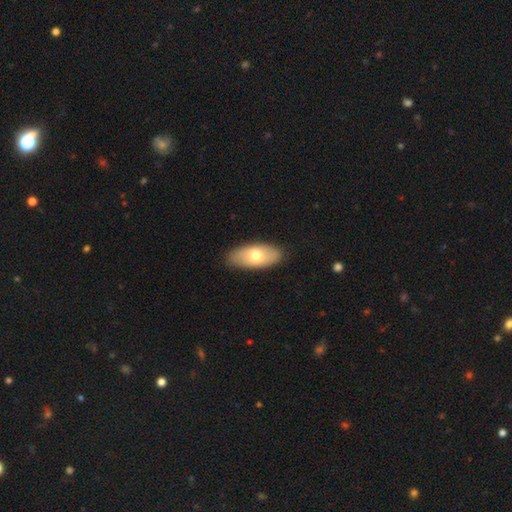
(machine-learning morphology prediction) A smooth galaxy with no disk features (68%) that is in between round and cigar-shaped (89%).

Vote fractions:
- Smooth or featured? smooth: 68% / featured or disk: 26% / star or artifact: 6%
- How rounded? in between: 89% / cigar-shaped: 8% / round: 3%
- Merging? none: 85% / minor disturbance: 11% / major disturbance: 2% / merger: 1%